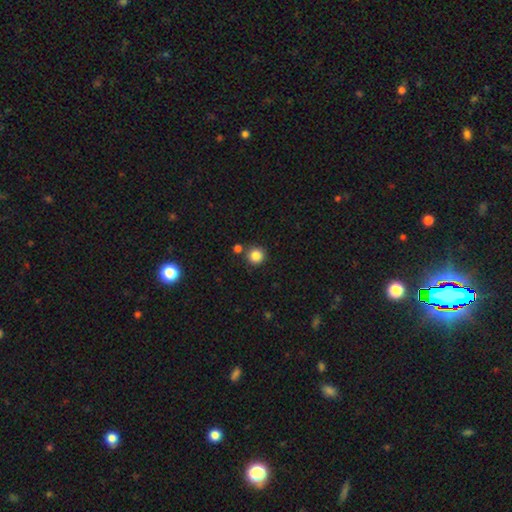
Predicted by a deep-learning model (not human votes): smooth_or_featured: smooth (p=0.85) [alt: star or artifact p=0.11]
how_rounded: round (p=0.94) [alt: in between p=0.05]
merging: none (p=0.80) [alt: merger p=0.10]